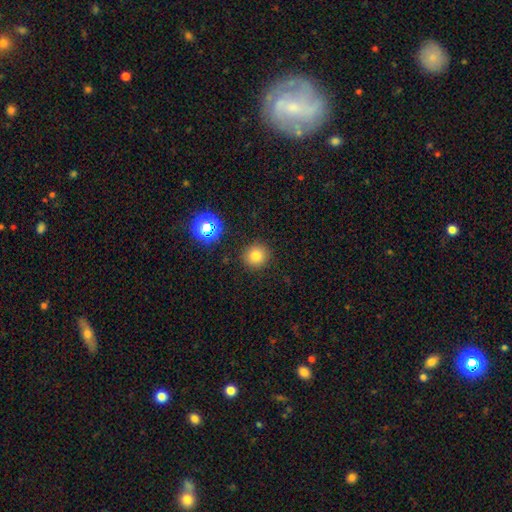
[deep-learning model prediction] Smooth or featured? smooth (77%)
How rounded? round (93%)
Merging? none (90%)